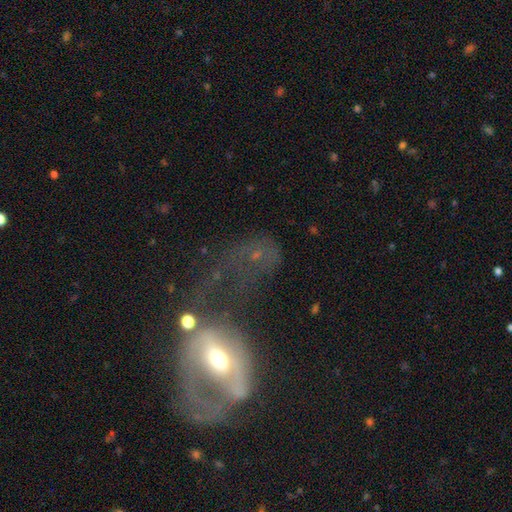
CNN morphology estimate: Smooth or featured: featured or disk — 59% (smooth — 28%)
Edge-on disk: no — 92% (yes — 8%)
Bar: no — 54% (weak — 28%)
Spiral arms: no — 58% (yes — 42%)
Bulge size: moderate — 62% (small — 27%)
Merging: major disturbance — 53% (merger — 18%)